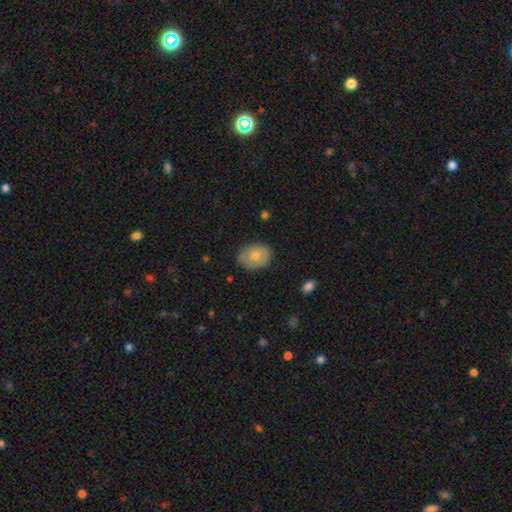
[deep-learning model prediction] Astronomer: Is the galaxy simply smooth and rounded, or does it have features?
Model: smooth — 72%.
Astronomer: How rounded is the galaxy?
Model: in between — 61% (runner-up: round, 38%).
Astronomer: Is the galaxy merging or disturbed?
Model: none — 79%.